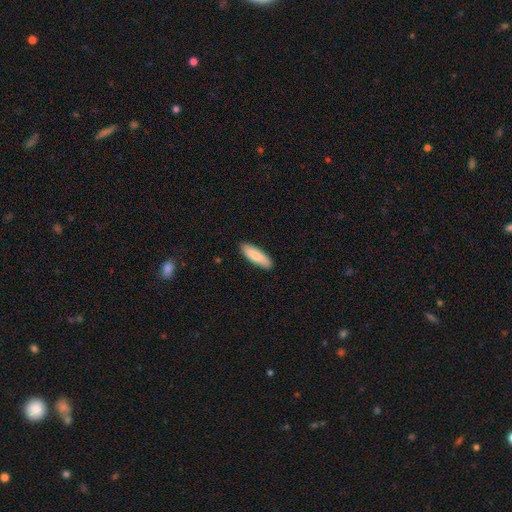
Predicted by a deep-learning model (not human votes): smooth-or-featured: smooth: 86% | featured or disk: 8% | star or artifact: 5%
  how-rounded: cigar-shaped: 56% | in between: 43% | round: 1%
  merging: none: 89% | minor disturbance: 8% | major disturbance: 2% | merger: 1%